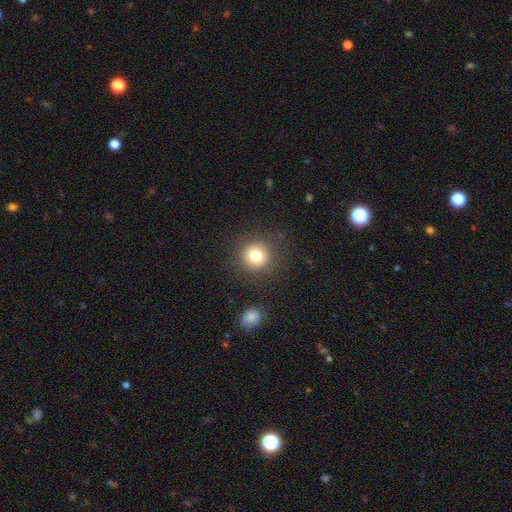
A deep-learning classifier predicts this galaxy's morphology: This is likely a smooth galaxy (78%). How rounded: clearly round (94%). Merging: clearly none (87%).